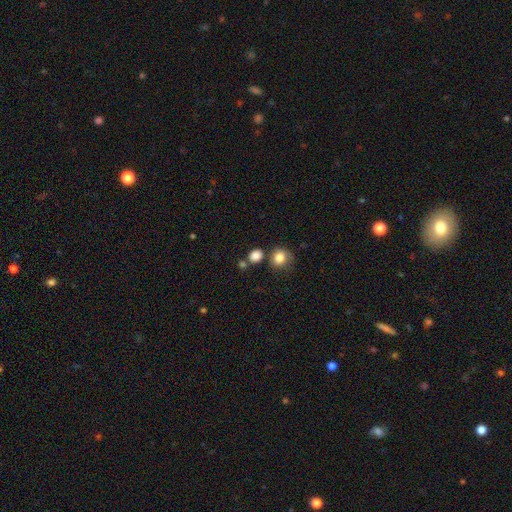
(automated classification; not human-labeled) Morphology: type=smooth (83%); roundness=round (69%); merging=none (67%).